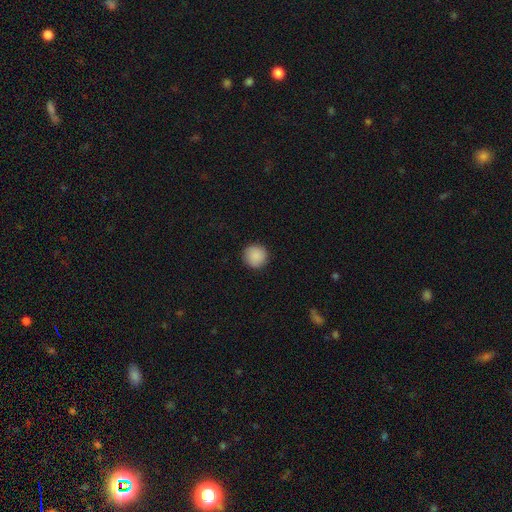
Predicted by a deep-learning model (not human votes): smooth-or-featured: smooth: 89% | star or artifact: 7% | featured or disk: 3%
  how-rounded: round: 95% | in between: 4% | cigar-shaped: 1%
  merging: none: 91% | minor disturbance: 6% | major disturbance: 2% | merger: 1%